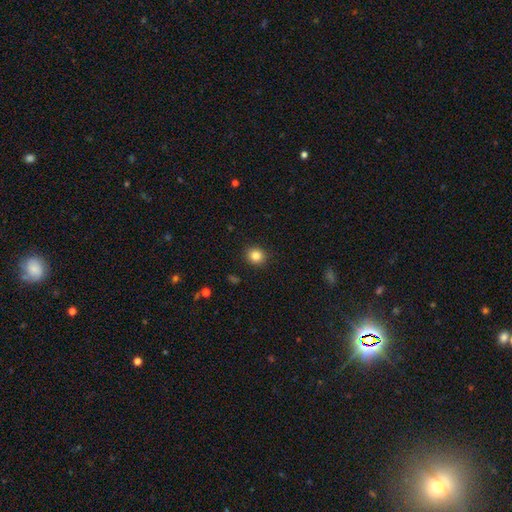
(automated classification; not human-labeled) Smooth or featured?
  - smooth: 84% *
  - star or artifact: 11%
  - featured or disk: 5%
How rounded?
  - round: 83% *
  - in between: 16%
  - cigar-shaped: 1%
Merging?
  - none: 91% *
  - minor disturbance: 6%
  - major disturbance: 2%
  - merger: 1%